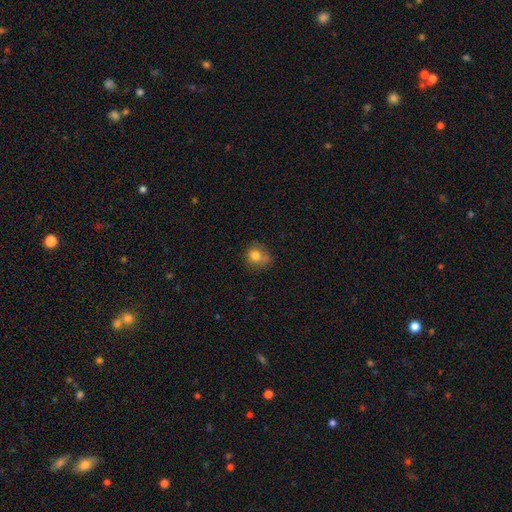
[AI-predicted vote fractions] The model was most divided on "merging": none: 53%, minor disturbance: 30%, major disturbance: 11%, merger: 6%. More confident: smooth or featured — smooth (78%); how rounded — round (66%).